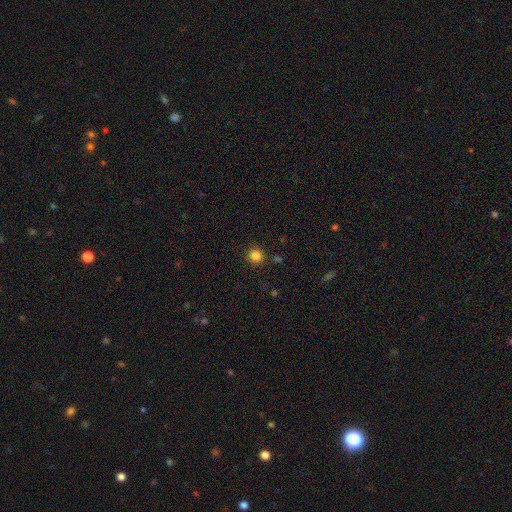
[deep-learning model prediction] Overall: smooth (84%). How rounded: round (94%). Merging: none (89%).